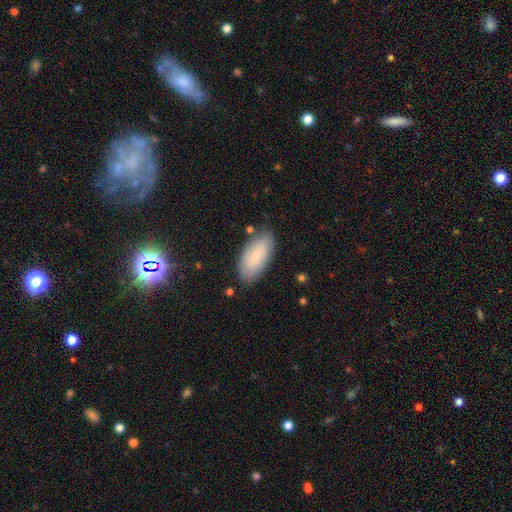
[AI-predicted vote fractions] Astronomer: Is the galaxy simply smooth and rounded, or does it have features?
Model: smooth — 74%.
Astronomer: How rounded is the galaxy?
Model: in between — 89%.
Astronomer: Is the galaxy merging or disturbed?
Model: none — 81%.